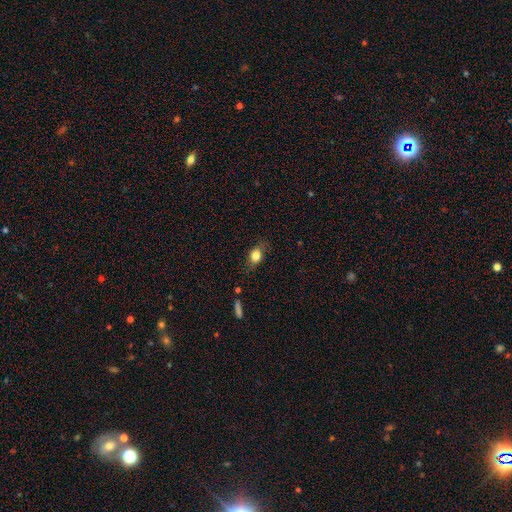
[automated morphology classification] Smooth or featured? smooth (77%)
How rounded? in between (60%)
Merging? none (71%)